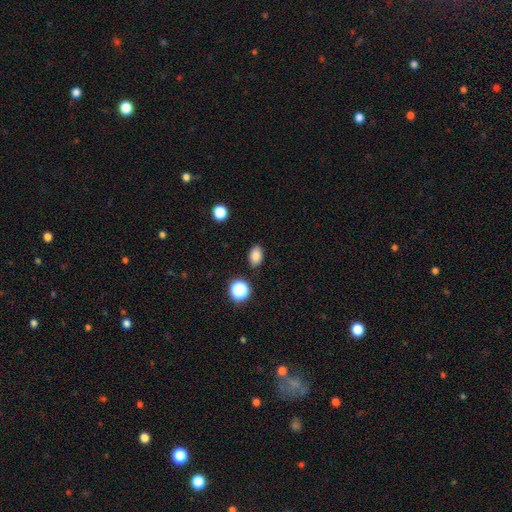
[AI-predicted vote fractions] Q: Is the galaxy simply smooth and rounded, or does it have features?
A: smooth — 83%.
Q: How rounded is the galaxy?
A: in between — 82%.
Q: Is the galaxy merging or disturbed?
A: none — 87%.